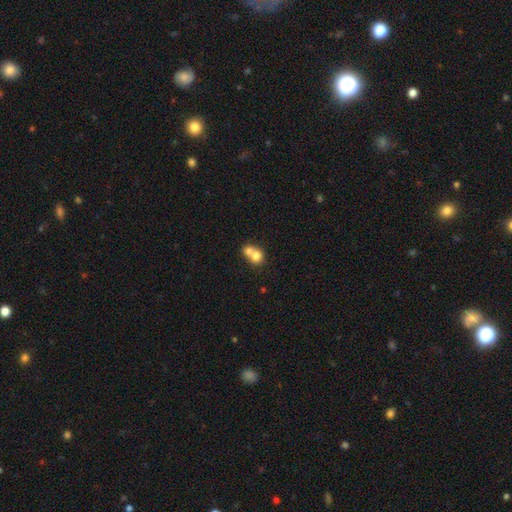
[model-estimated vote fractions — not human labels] Q: Smooth or featured?
A: smooth (72%); runner-up: featured or disk (18%)
Q: How rounded?
A: round (71%); runner-up: in between (29%)
Q: Merging?
A: merger (67%); runner-up: none (25%)